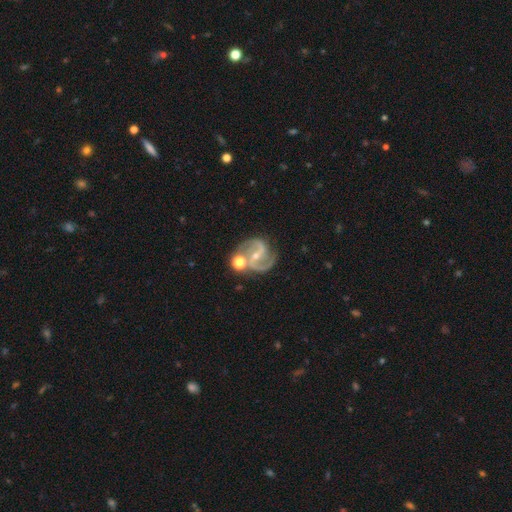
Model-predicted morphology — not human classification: This is clearly a featured or disk galaxy (90%). It is clearly not viewed edge-on (98%). Bar: marginally weak (40%). Spiral arm pattern: clearly yes (98%). Spiral arm count: clearly 2 (89%). Spiral winding: likely medium (61%). Central bulge: possibly small (60%). Merging: likely none (68%).